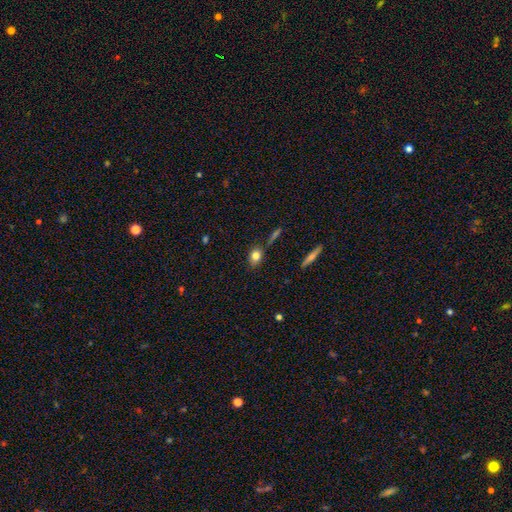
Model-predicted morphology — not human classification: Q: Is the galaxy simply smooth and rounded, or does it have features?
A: smooth — 79%.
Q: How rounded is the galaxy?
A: in between — 60%.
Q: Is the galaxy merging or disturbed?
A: none — 75%.